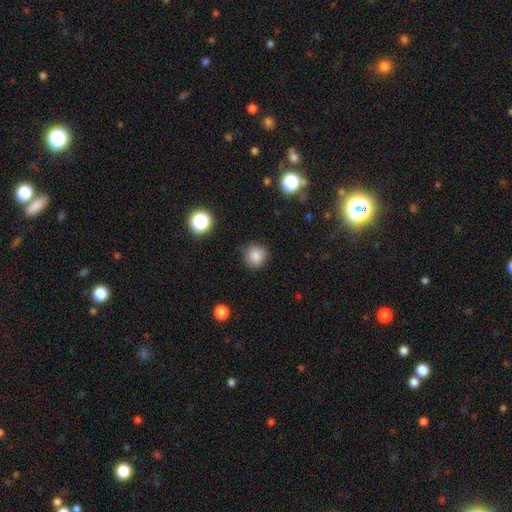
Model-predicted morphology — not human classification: smooth-or-featured: smooth: 85% | star or artifact: 12% | featured or disk: 4%
  how-rounded: round: 91% | in between: 8% | cigar-shaped: 1%
  merging: none: 86% | minor disturbance: 10% | major disturbance: 3% | merger: 1%